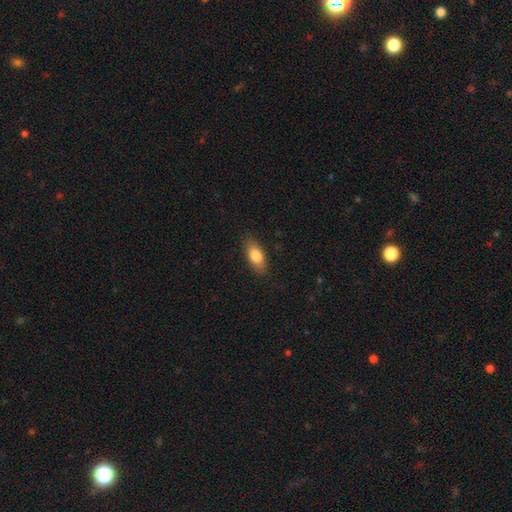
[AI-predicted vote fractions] Morphology: type=smooth (79%); roundness=in between (83%); merging=none (86%).